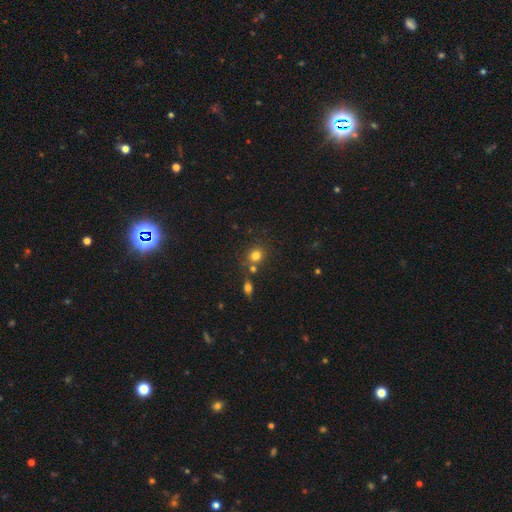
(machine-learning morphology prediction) smooth_or_featured: smooth (p=0.79) [alt: star or artifact p=0.14]
how_rounded: round (p=0.83) [alt: in between p=0.16]
merging: none (p=0.66) [alt: merger p=0.20]